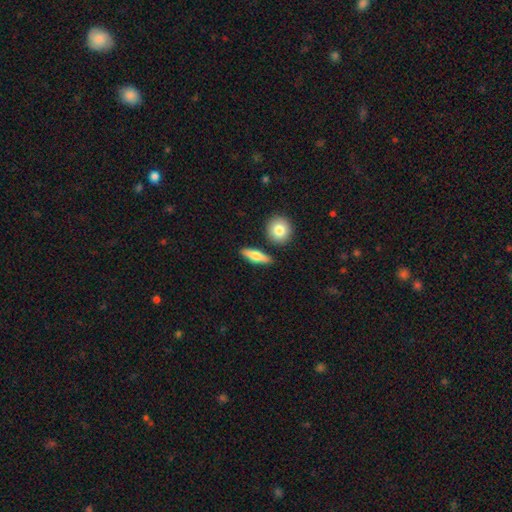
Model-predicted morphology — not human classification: A smooth galaxy with no disk features (68%) that is in between round and cigar-shaped (47%). Merging: none (82%).